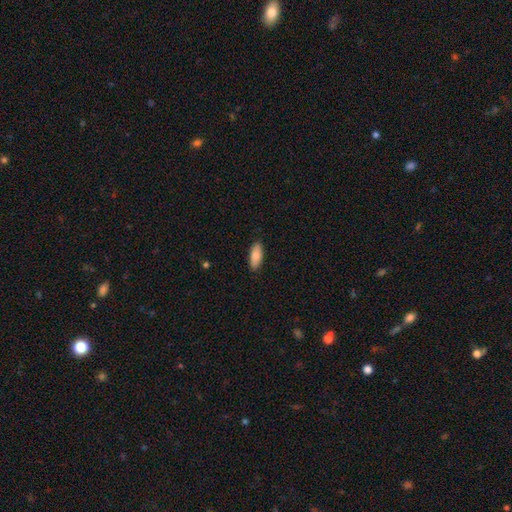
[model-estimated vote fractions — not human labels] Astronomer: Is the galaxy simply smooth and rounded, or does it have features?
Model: smooth — 85%.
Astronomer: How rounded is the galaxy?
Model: in between — 79%.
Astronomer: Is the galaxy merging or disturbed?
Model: none — 89%.